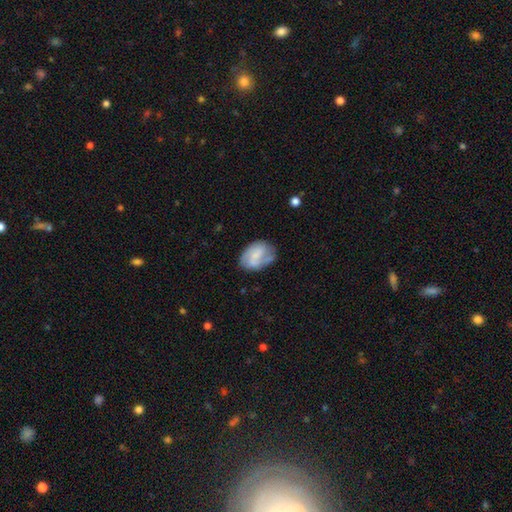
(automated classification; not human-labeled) Smooth or featured?
  - featured or disk: 49% *
  - smooth: 44%
  - star or artifact: 7%
Merging?
  - none: 58% *
  - minor disturbance: 27%
  - major disturbance: 11%
  - merger: 4%